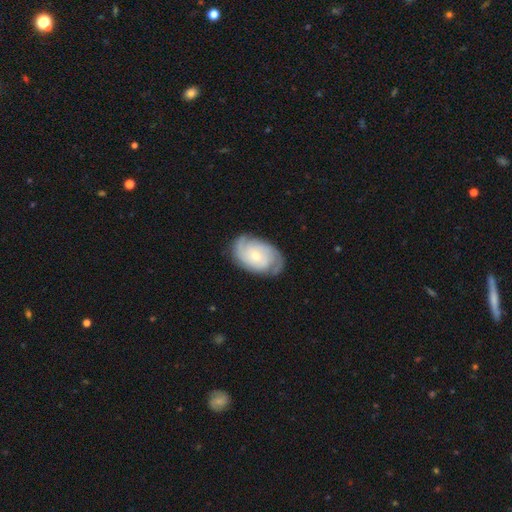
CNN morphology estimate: The model was most divided on "spiral winding": tight: 58%, medium: 33%, loose: 9%. More confident: edge-on disk — no (97%); spiral arms — yes (95%); smooth or featured — featured or disk (79%); merging — none (75%); bar — no (71%); bulge size — small (63%); spiral arm count — 2 (52%).